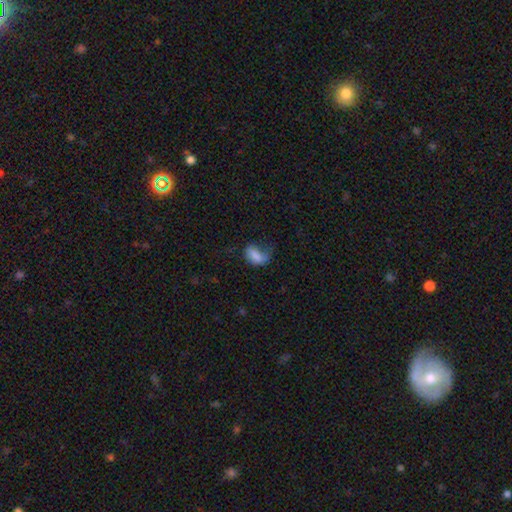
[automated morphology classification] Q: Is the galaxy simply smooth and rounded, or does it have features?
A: smooth — 72%.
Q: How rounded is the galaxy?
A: in between — 87%.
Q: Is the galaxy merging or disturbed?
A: major disturbance — 40%.